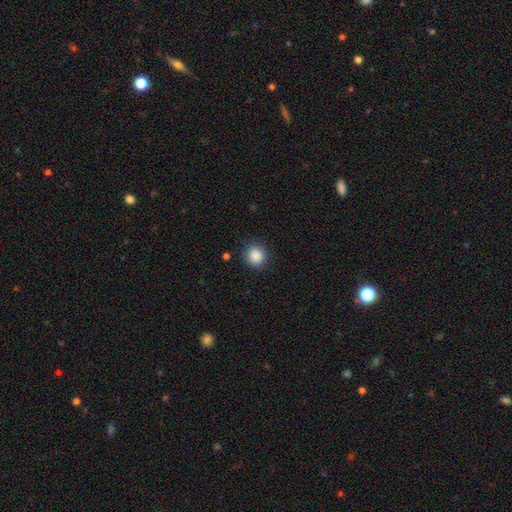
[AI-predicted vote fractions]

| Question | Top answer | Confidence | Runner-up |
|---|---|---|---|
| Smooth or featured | smooth | 88% | star or artifact (9%) |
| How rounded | round | 89% | in between (10%) |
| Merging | none | 87% | minor disturbance (9%) |